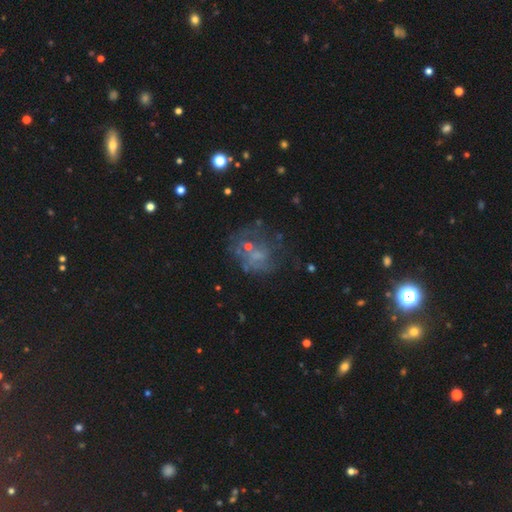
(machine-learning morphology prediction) Q: Smooth or featured?
A: featured or disk (52%); runner-up: smooth (29%)
Q: Edge-on disk?
A: no (98%); runner-up: yes (2%)
Q: Bar?
A: no (80%); runner-up: weak (17%)
Q: Spiral arms?
A: no (67%); runner-up: yes (33%)
Q: Bulge size?
A: small (41%); runner-up: none (36%)
Q: Merging?
A: none (46%); runner-up: major disturbance (28%)